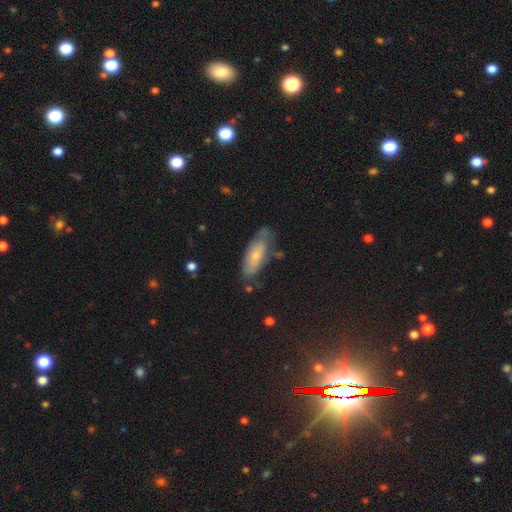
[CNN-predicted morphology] smooth_or_featured: smooth (p=0.64) [alt: featured or disk p=0.29]
how_rounded: in between (p=0.68) [alt: cigar-shaped p=0.30]
merging: none (p=0.58) [alt: minor disturbance p=0.29]